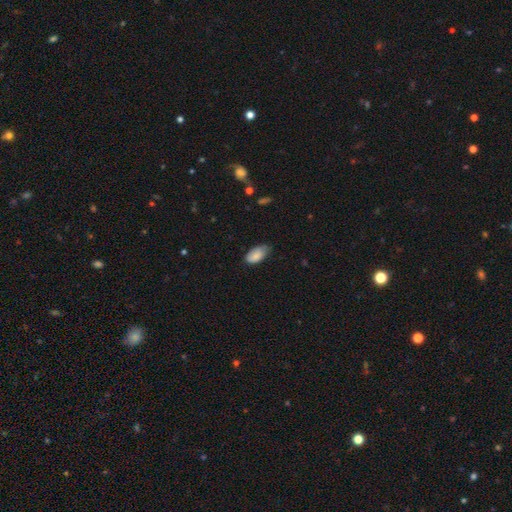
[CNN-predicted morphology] Overall: smooth (86%). How rounded: in between (94%). Merging: none (62%; minor disturbance 32%).